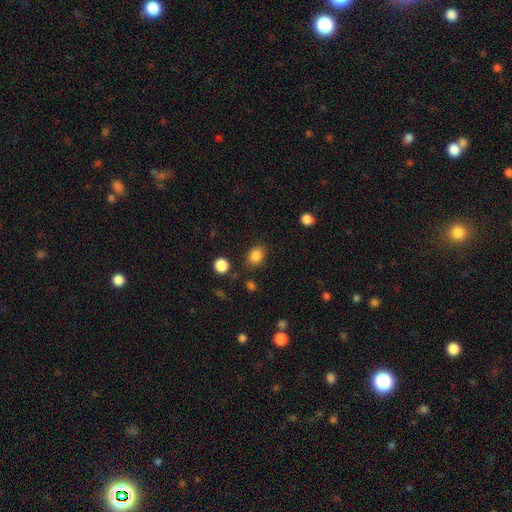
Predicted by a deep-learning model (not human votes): smooth-or-featured: smooth: 85% | star or artifact: 10% | featured or disk: 5%
  how-rounded: round: 51% | in between: 48% | cigar-shaped: 1%
  merging: none: 82% | minor disturbance: 11% | major disturbance: 4% | merger: 3%